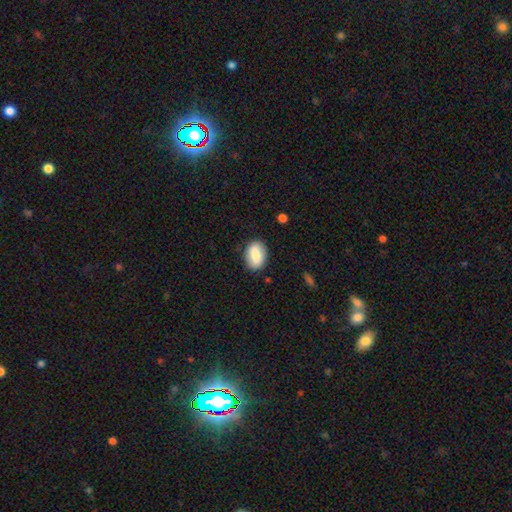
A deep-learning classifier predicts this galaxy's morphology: Overall: smooth (78%). How rounded: in between (83%). Merging: none (83%).